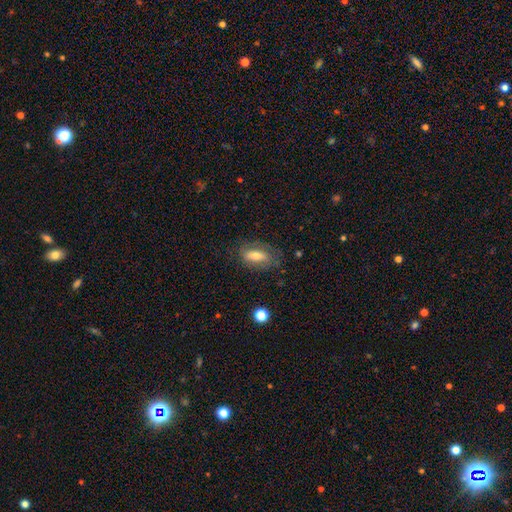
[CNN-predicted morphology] Smooth or featured? smooth (60%)
How rounded? in between (79%)
Merging? none (70%)